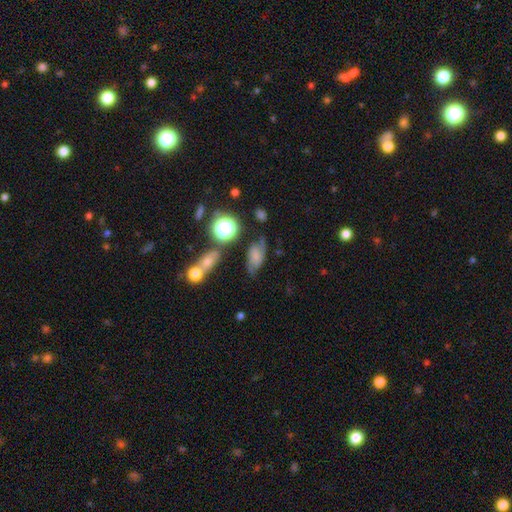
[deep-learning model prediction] A smooth galaxy with no disk features (49%).

Vote fractions:
- Smooth or featured? smooth: 49% / featured or disk: 36% / star or artifact: 15%
- Merging? none: 52% / minor disturbance: 28% / major disturbance: 14% / merger: 6%